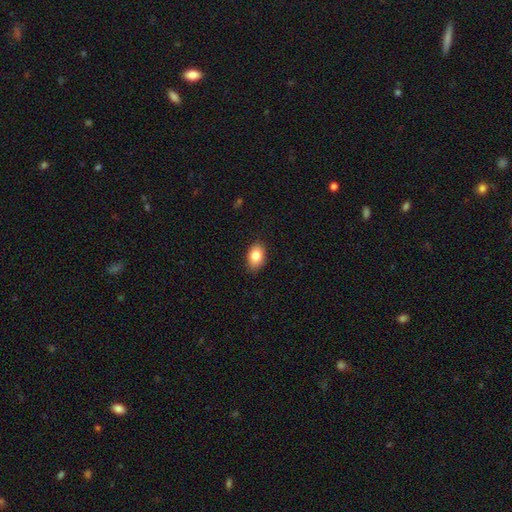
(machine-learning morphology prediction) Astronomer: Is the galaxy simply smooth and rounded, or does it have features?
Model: smooth — 85%.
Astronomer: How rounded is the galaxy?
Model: in between — 87%.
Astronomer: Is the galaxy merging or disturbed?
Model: none — 87%.